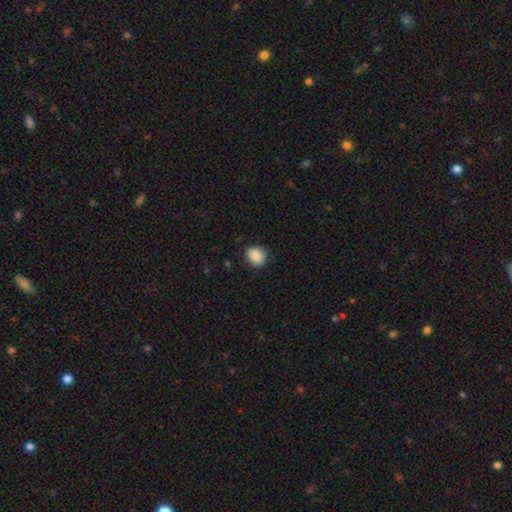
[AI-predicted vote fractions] Morphology: type=smooth (87%); roundness=round (73%); merging=none (84%).